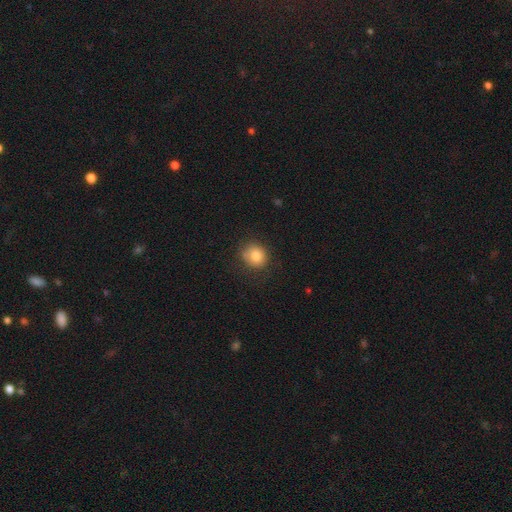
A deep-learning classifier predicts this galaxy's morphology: Smooth or featured: smooth — 82% (star or artifact — 10%)
How rounded: round — 79% (in between — 20%)
Merging: none — 76% (minor disturbance — 17%)